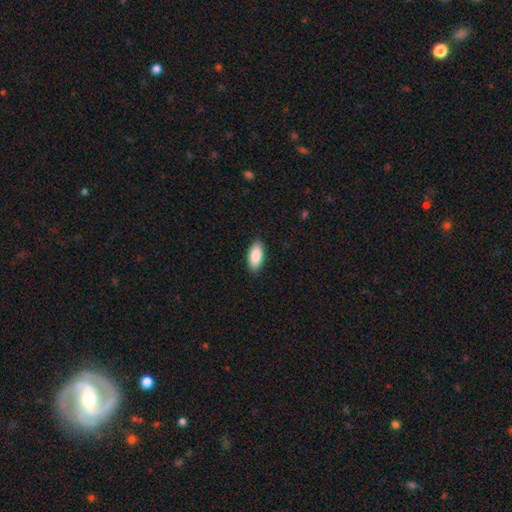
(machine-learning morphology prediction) This appears to be a smooth galaxy with no disk features (88%) that is in between round and cigar-shaped (88%). Merging: none (89%).